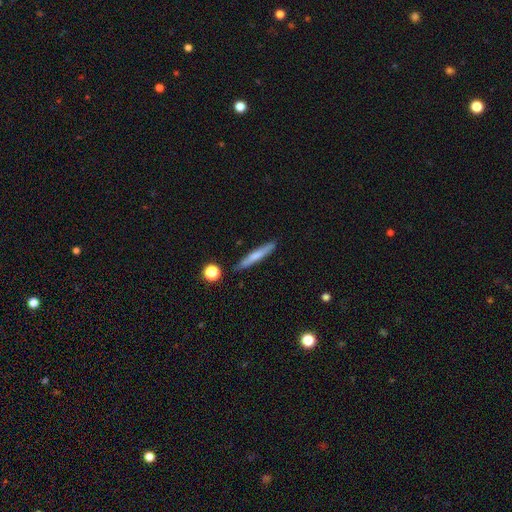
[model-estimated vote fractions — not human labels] smooth 63%, featured or disk 30%, star or artifact 7%. Down the decision tree: how rounded — cigar-shaped (94%); merging — none (87%).